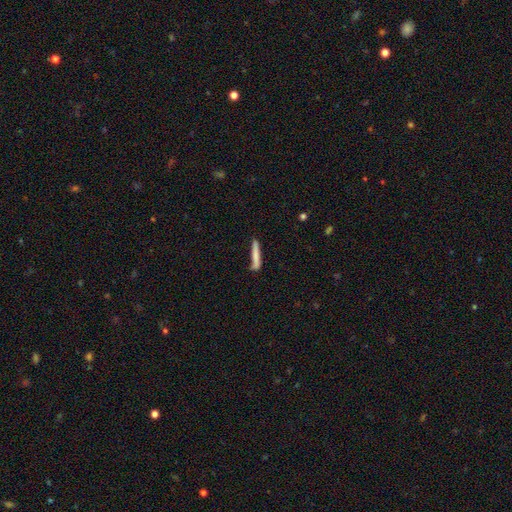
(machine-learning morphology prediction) smooth-or-featured: smooth: 77% | featured or disk: 17% | star or artifact: 6%
  how-rounded: cigar-shaped: 94% | in between: 4% | round: 1%
  merging: none: 77% | minor disturbance: 17% | major disturbance: 4% | merger: 3%